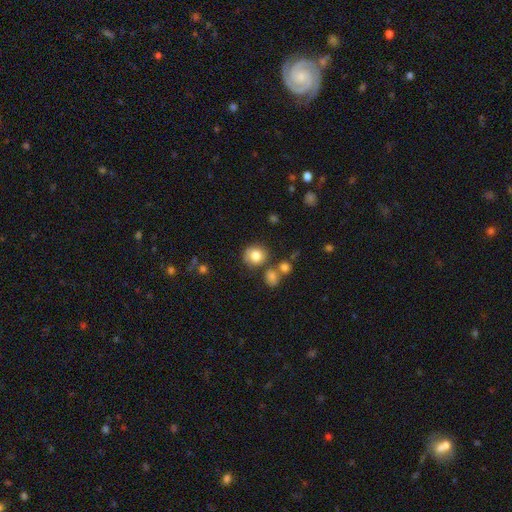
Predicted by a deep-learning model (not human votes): smooth-or-featured: smooth: 81% | featured or disk: 10% | star or artifact: 9%
  how-rounded: round: 83% | in between: 16% | cigar-shaped: 1%
  merging: none: 70% | minor disturbance: 14% | merger: 12% | major disturbance: 5%